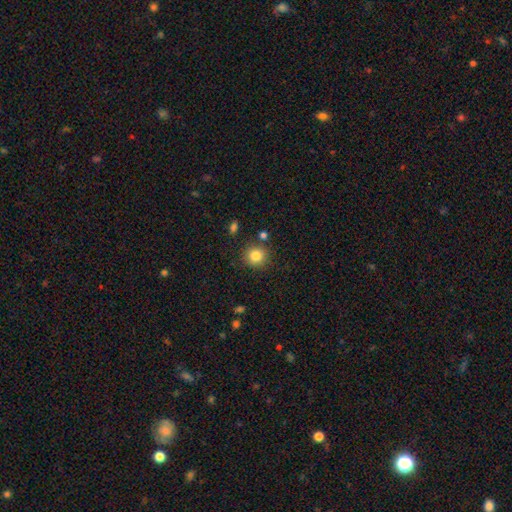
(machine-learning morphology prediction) This is clearly a smooth galaxy (84%). How rounded: clearly round (91%). Merging: clearly none (84%).